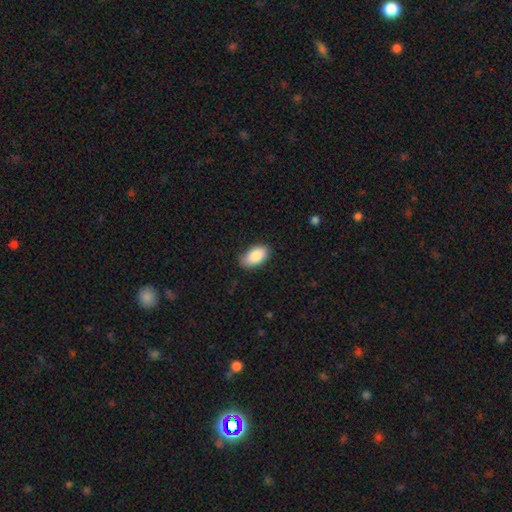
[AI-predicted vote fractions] A smooth galaxy with no disk features (88%) that is in between round and cigar-shaped (94%). Merging: none (84%).